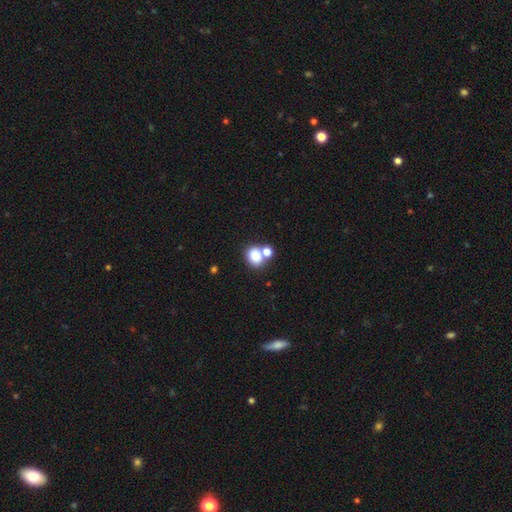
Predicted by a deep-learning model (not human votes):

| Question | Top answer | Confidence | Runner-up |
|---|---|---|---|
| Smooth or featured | smooth | 81% | star or artifact (11%) |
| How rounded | round | 55% | in between (44%) |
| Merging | none | 48% | merger (39%) |